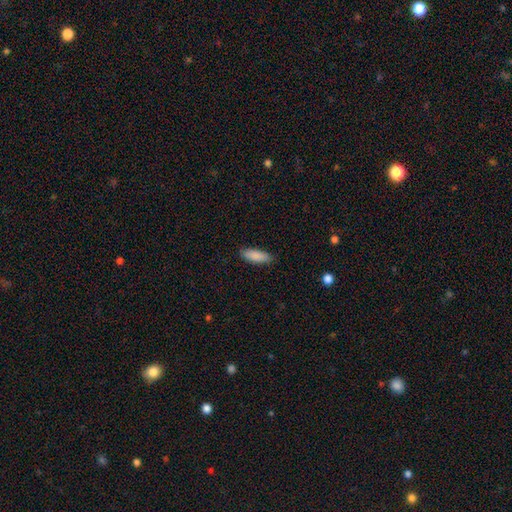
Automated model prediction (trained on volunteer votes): Smooth or featured? Predicted: smooth (p=0.89). How rounded? Predicted: in between (p=0.62). Merging? Predicted: none (p=0.86).